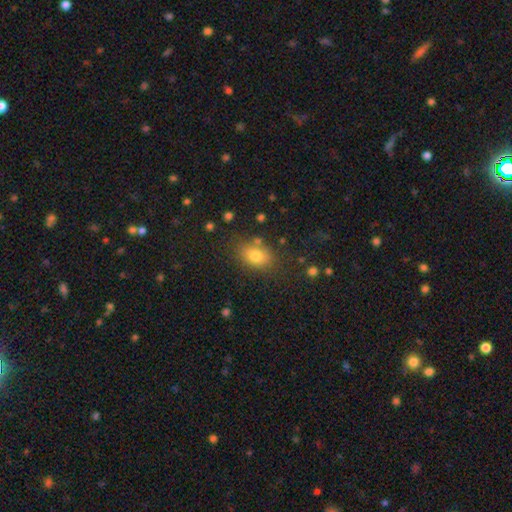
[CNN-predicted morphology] The model was most divided on "how rounded": in between: 72%, round: 26%, cigar-shaped: 2%. More confident: smooth or featured — smooth (78%); merging — none (76%).